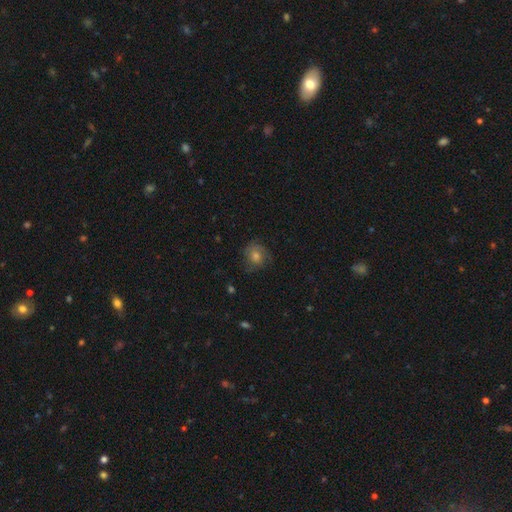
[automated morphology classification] featured or disk 42%, smooth 40%, star or artifact 18%. Down the decision tree: merging — none (74%).